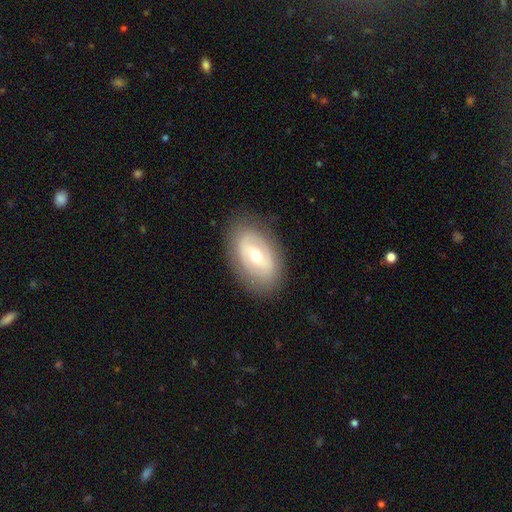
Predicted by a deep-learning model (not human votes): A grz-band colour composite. It shows a featured or disk galaxy (59%) with a weak bar (38%), no spiral arms (63%) and a moderate central bulge (64%). Merging: none (81%).